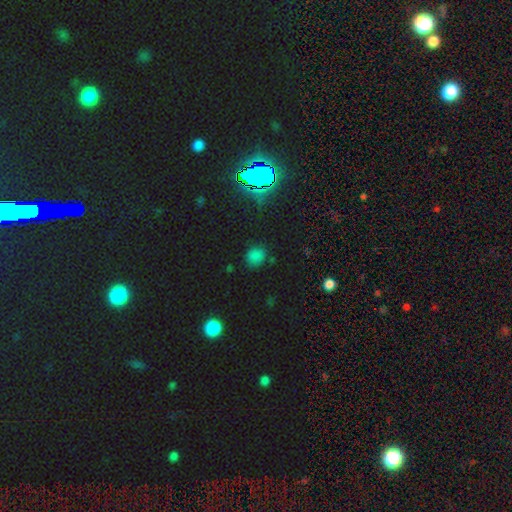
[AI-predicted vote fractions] smooth 68%, star or artifact 27%, featured or disk 5%. Down the decision tree: how rounded — round (74%); merging — none (81%).